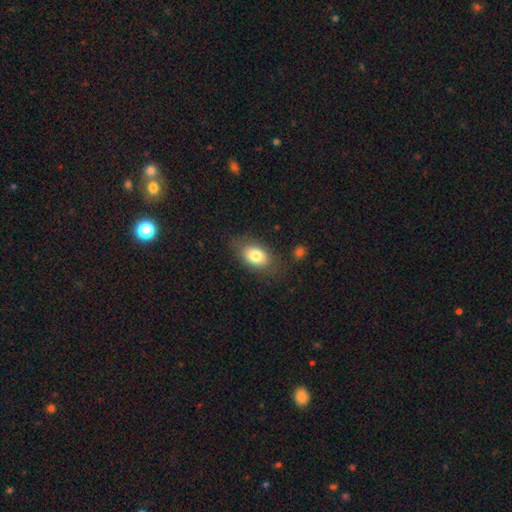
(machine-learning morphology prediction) Smooth or featured?
  - smooth: 78% *
  - featured or disk: 14%
  - star or artifact: 8%
How rounded?
  - in between: 83% *
  - round: 15%
  - cigar-shaped: 2%
Merging?
  - none: 76% *
  - minor disturbance: 16%
  - major disturbance: 6%
  - merger: 3%